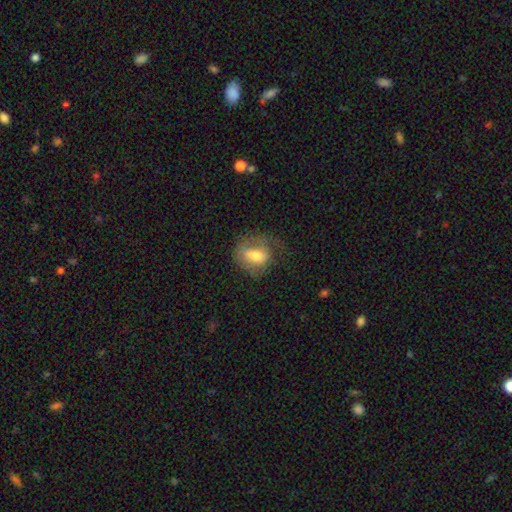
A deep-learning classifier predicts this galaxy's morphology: This appears to be a smooth galaxy with no disk features (60%) that is in between round and cigar-shaped (60%). Merging: none (46%).